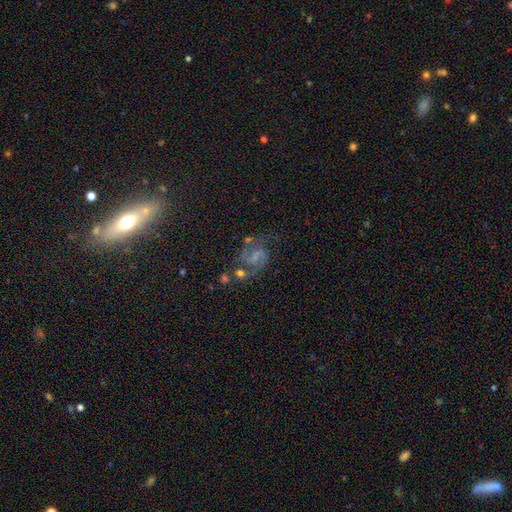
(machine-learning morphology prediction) smooth_or_featured: featured or disk (p=0.78) [alt: smooth p=0.12]
disk_edge_on: no (p=0.98) [alt: yes p=0.02]
bar: weak (p=0.52) [alt: no p=0.28]
has_spiral_arms: yes (p=0.93) [alt: no p=0.07]
spiral_winding: medium (p=0.57) [alt: loose p=0.28]
spiral_arm_count: 2 (p=0.89) [alt: can't tell p=0.04]
bulge_size: none (p=0.41) [alt: small p=0.36]
merging: none (p=0.53) [alt: minor disturbance p=0.20]